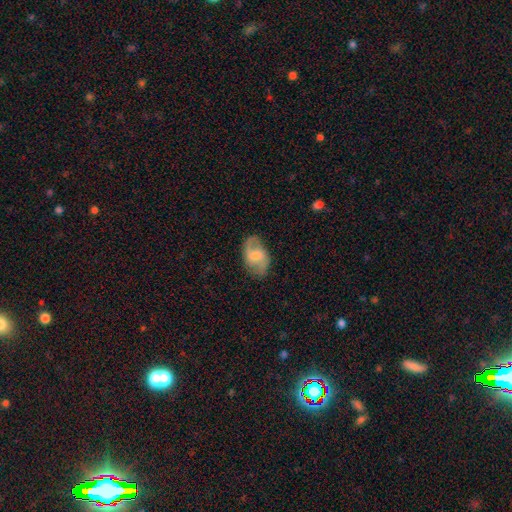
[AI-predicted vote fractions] The model was most divided on "bulge size": moderate: 31%, small: 30%, none: 27%, large: 10%, dominant: 2%. More confident: edge-on disk — no (96%); spiral arms — yes (85%); merging — none (75%); smooth or featured — featured or disk (59%); bar — weak (54%).